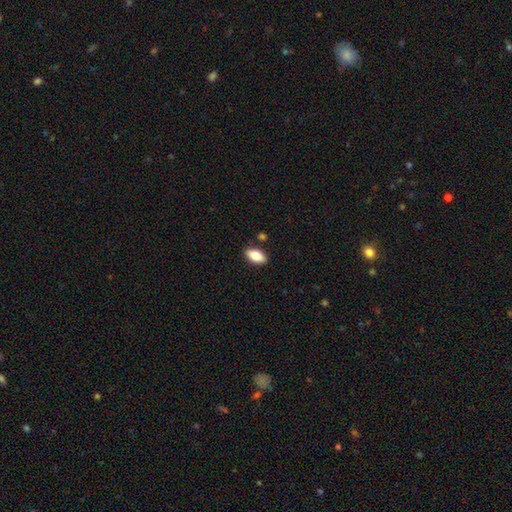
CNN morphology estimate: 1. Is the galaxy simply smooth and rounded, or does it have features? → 82% smooth, 11% featured or disk, 7% star or artifact.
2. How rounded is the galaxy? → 92% in between, 4% cigar-shaped, 4% round.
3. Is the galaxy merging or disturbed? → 85% none, 10% minor disturbance, 3% merger, 2% major disturbance.